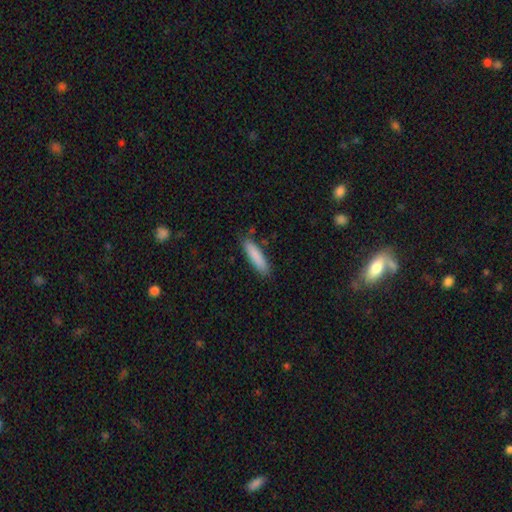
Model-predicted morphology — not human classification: smooth-or-featured: smooth: 86% | featured or disk: 8% | star or artifact: 6%
  how-rounded: cigar-shaped: 73% | in between: 26% | round: 1%
  merging: none: 83% | minor disturbance: 13% | major disturbance: 2% | merger: 2%